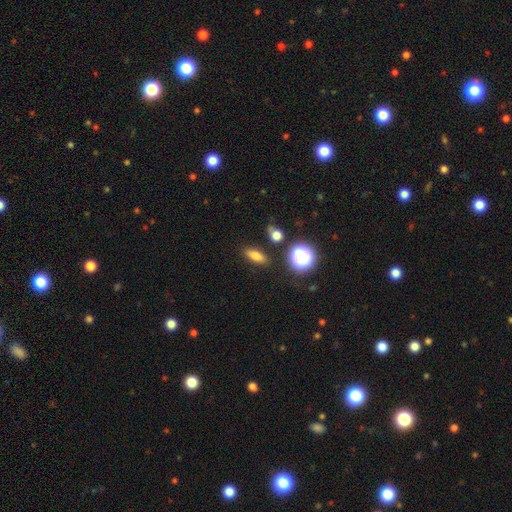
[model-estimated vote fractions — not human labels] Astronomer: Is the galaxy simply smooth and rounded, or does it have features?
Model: smooth — 73%.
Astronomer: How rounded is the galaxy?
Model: in between — 62%.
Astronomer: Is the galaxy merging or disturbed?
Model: none — 86%.